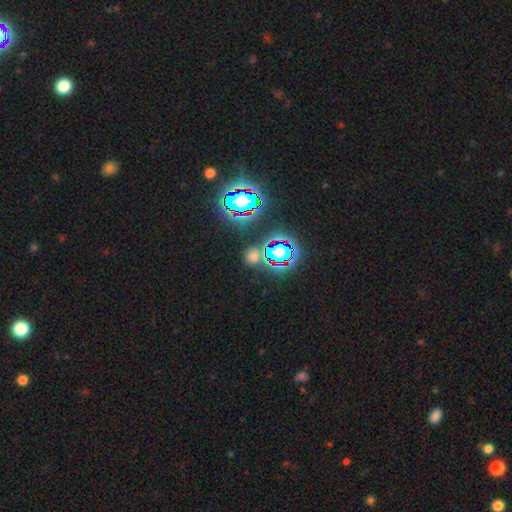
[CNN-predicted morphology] Smooth or featured? star or artifact (70%)